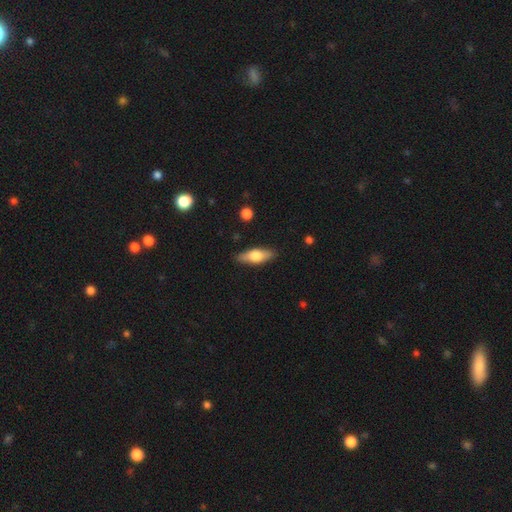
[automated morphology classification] Q: Smooth or featured?
A: smooth (59%); runner-up: featured or disk (35%)
Q: How rounded?
A: in between (61%); runner-up: cigar-shaped (36%)
Q: Merging?
A: none (87%); runner-up: minor disturbance (10%)